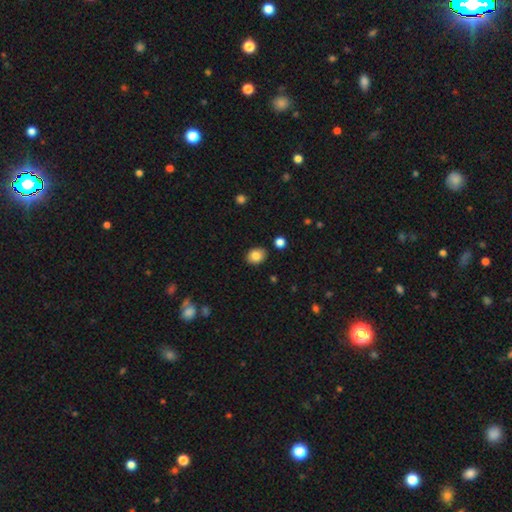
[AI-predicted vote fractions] Overall: smooth (84%). How rounded: in between (55%; round 44%). Merging: none (86%).